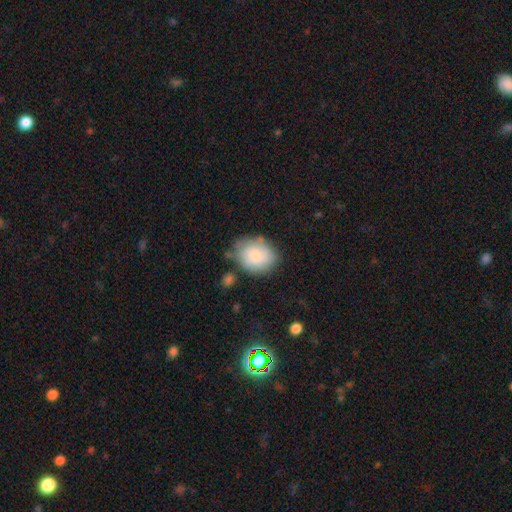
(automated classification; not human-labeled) Q: Smooth or featured?
A: smooth (78%); runner-up: featured or disk (15%)
Q: How rounded?
A: in between (50%); runner-up: round (49%)
Q: Merging?
A: none (63%); runner-up: minor disturbance (24%)